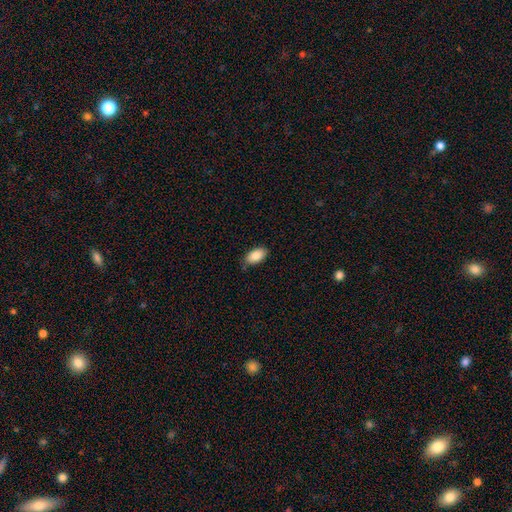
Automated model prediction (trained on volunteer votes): smooth 88%, star or artifact 7%, featured or disk 5%. Down the decision tree: how rounded — in between (94%); merging — none (81%).